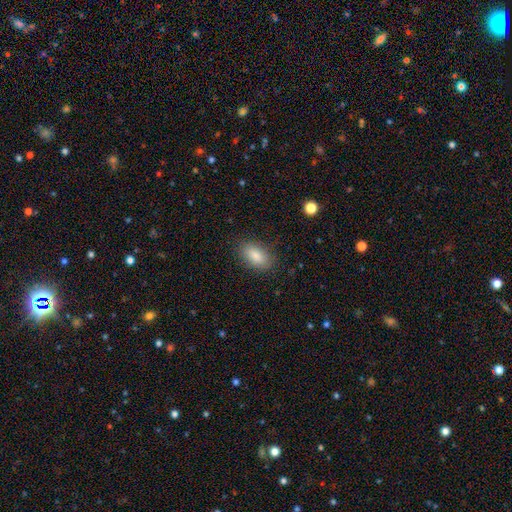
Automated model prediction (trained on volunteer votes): Q: Smooth or featured?
A: smooth (87%); runner-up: star or artifact (7%)
Q: How rounded?
A: in between (92%); runner-up: round (5%)
Q: Merging?
A: none (83%); runner-up: minor disturbance (12%)